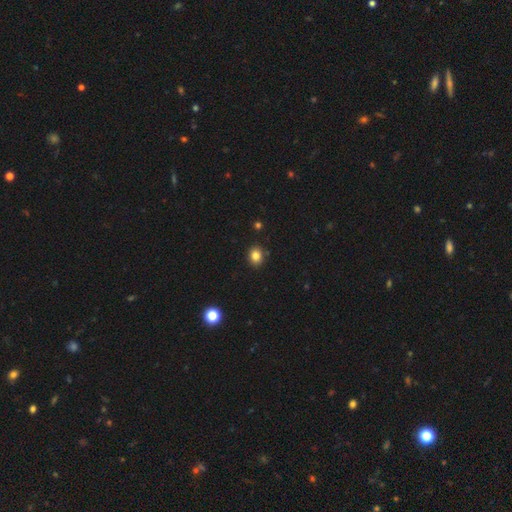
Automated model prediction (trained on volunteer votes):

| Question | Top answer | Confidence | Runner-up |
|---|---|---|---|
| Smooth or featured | smooth | 83% | star or artifact (12%) |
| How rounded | round | 58% | in between (41%) |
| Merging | none | 88% | minor disturbance (8%) |